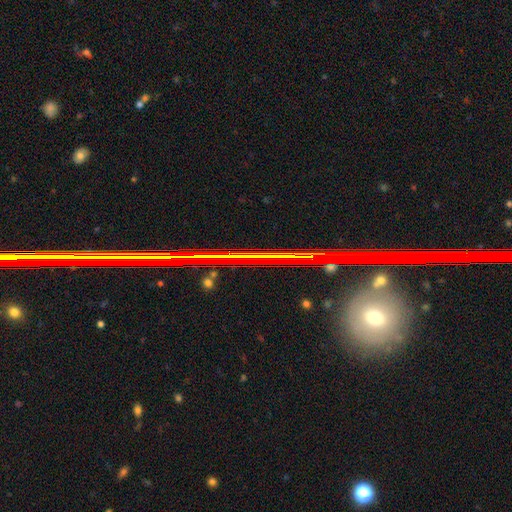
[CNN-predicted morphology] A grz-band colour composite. It shows a star or artifact, not a galaxy (62%).